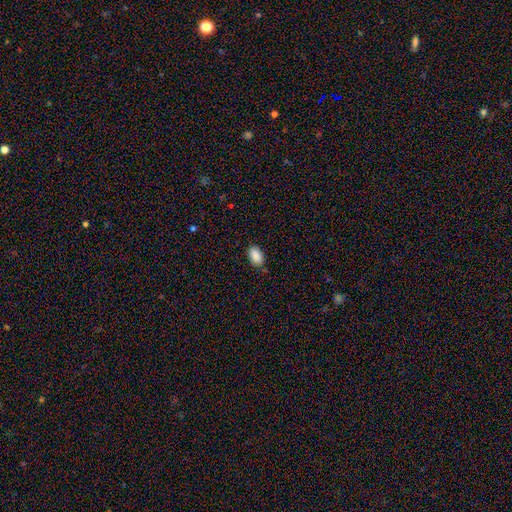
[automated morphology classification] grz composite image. It shows a smooth galaxy with no disk features (89%) that is in between round and cigar-shaped (92%). Merging: none (82%).